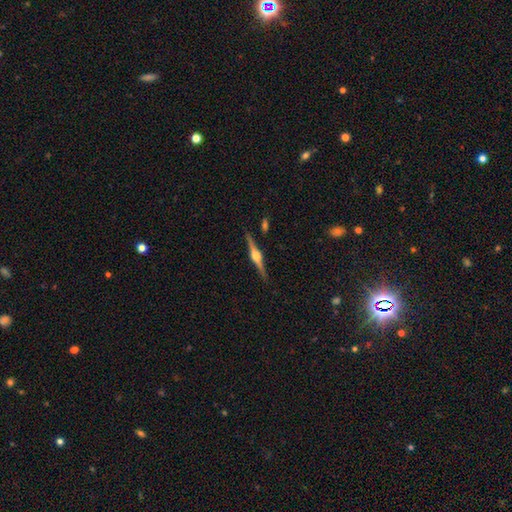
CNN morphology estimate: This appears to be a featured or disk galaxy (86%) viewed edge-on (98%) with a rounded central bulge (95%). Merging: none (90%).